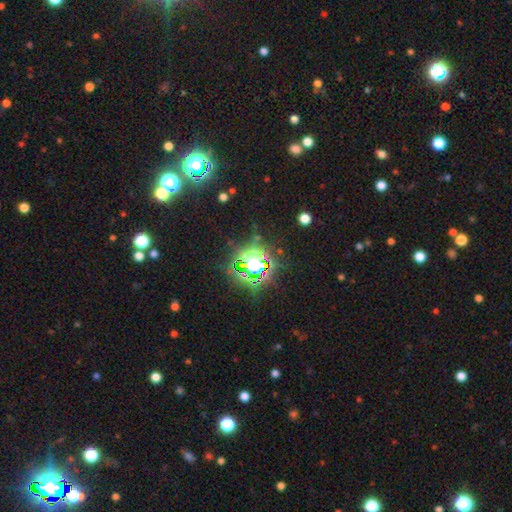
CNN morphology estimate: This appears to be a star or artifact, not a galaxy (82%).